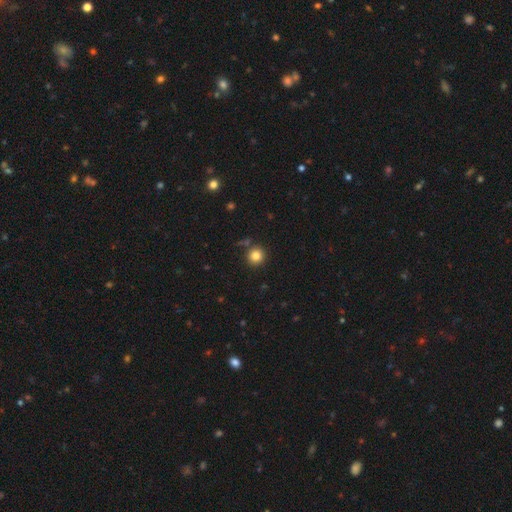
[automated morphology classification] A smooth galaxy with no disk features (83%) that is round (94%). Merging: none (86%).